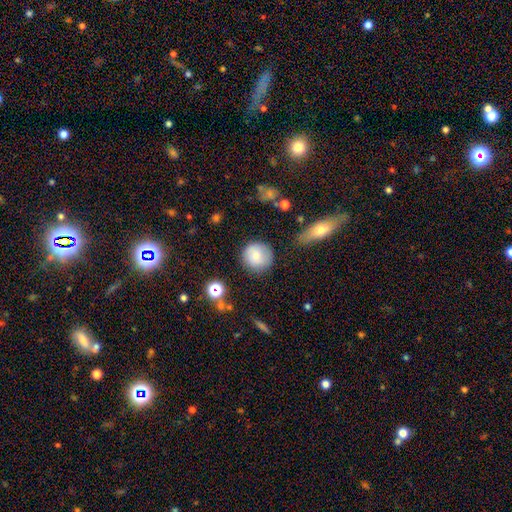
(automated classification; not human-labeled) A smooth galaxy with no disk features (79%) that is round (92%).

Vote fractions:
- Smooth or featured? smooth: 79% / featured or disk: 13% / star or artifact: 9%
- How rounded? round: 92% / in between: 7% / cigar-shaped: 1%
- Merging? none: 80% / minor disturbance: 13% / major disturbance: 4% / merger: 3%